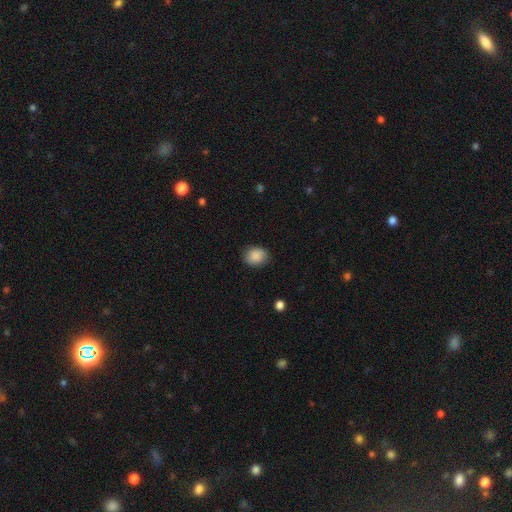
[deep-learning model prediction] Morphology: type=smooth (88%); roundness=round (50%); merging=none (85%).